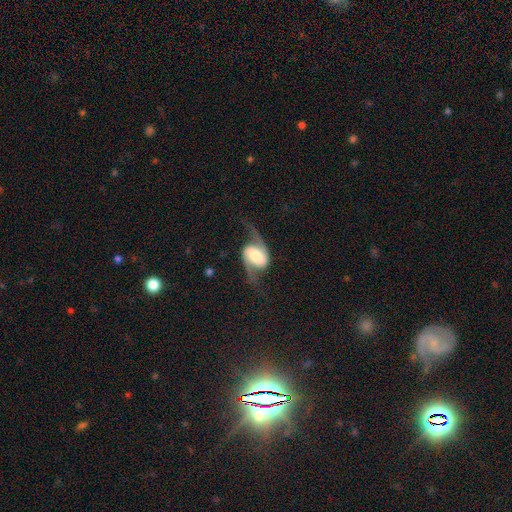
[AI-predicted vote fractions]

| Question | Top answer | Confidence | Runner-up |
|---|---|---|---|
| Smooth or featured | featured or disk | 84% | smooth (10%) |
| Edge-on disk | no | 97% | yes (3%) |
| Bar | no | 43% | weak (36%) |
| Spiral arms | yes | 96% | no (4%) |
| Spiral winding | loose | 74% | medium (21%) |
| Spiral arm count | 2 | 94% | 1 (2%) |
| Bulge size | large | 35% | moderate (32%) |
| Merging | none | 66% | minor disturbance (16%) |